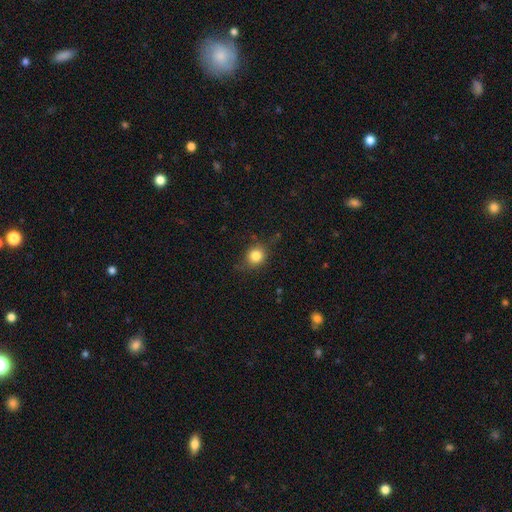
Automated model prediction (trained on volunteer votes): smooth_or_featured: smooth (p=0.82) [alt: star or artifact p=0.11]
how_rounded: round (p=0.79) [alt: in between p=0.20]
merging: none (p=0.76) [alt: minor disturbance p=0.18]